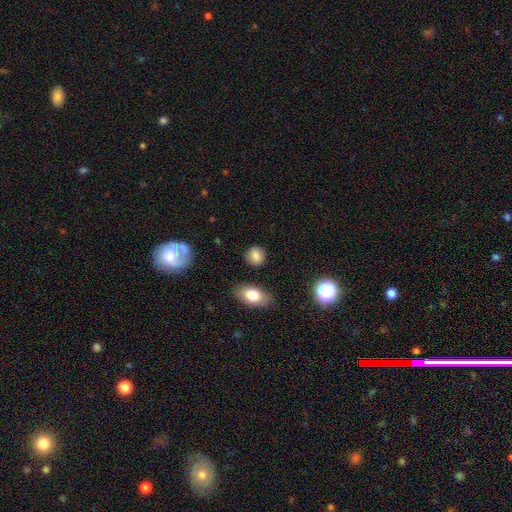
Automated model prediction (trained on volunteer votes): Overall: smooth (82%). How rounded: round (75%). Merging: none (86%).